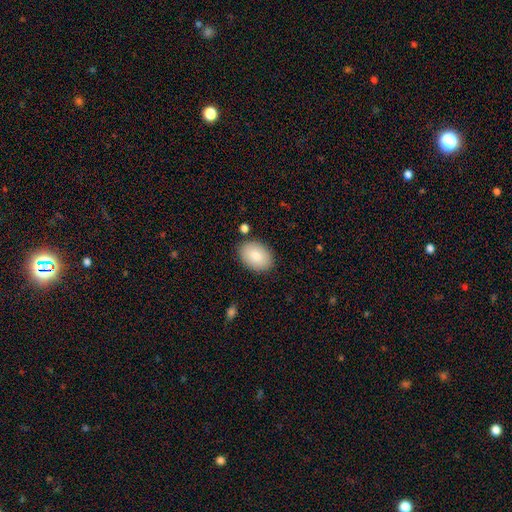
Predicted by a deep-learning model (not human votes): A smooth galaxy with no disk features (86%) that is in between round and cigar-shaped (86%).

Vote fractions:
- Smooth or featured? smooth: 86% / featured or disk: 8% / star or artifact: 6%
- How rounded? in between: 86% / round: 13% / cigar-shaped: 1%
- Merging? none: 86% / minor disturbance: 10% / major disturbance: 2% / merger: 2%